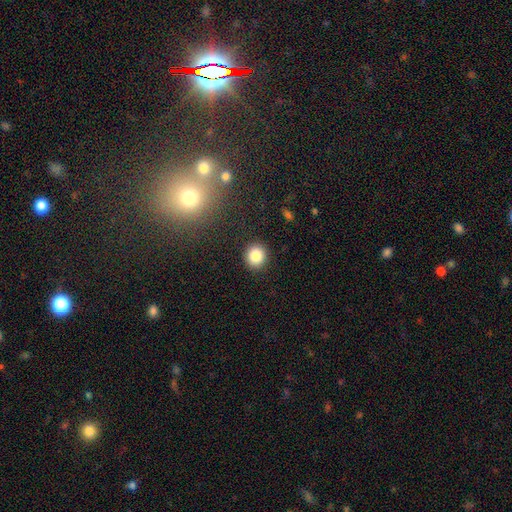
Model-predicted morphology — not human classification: smooth-or-featured: smooth: 85% | star or artifact: 10% | featured or disk: 5%
  how-rounded: round: 85% | in between: 14% | cigar-shaped: 1%
  merging: none: 91% | minor disturbance: 6% | major disturbance: 2% | merger: 1%